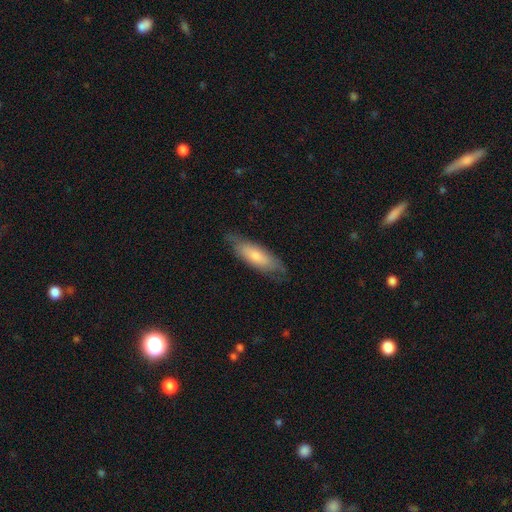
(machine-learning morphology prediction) Smooth or featured? Predicted: smooth (p=0.66). How rounded? Predicted: in between (p=0.57). Merging? Predicted: none (p=0.72).